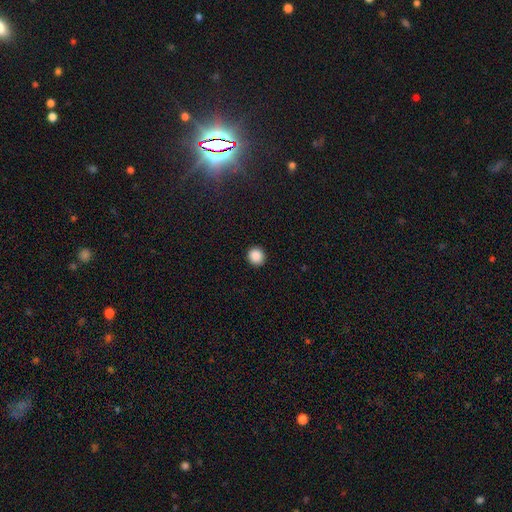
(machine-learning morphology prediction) smooth 88%, star or artifact 9%, featured or disk 2%. Down the decision tree: how rounded — round (93%); merging — none (93%).